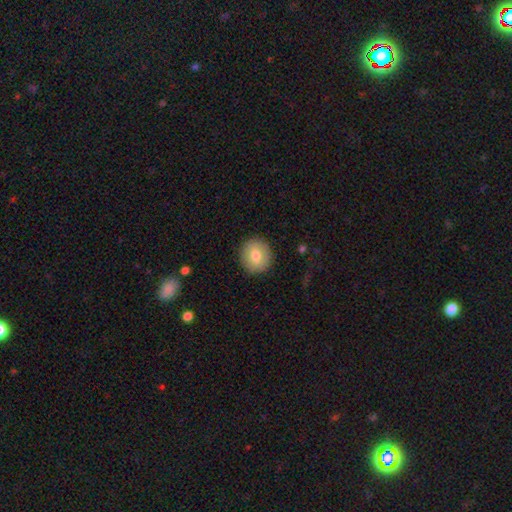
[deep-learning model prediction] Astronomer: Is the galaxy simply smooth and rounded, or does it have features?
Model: smooth — 76%.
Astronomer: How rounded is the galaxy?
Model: round — 86%.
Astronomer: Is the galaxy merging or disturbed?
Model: none — 90%.